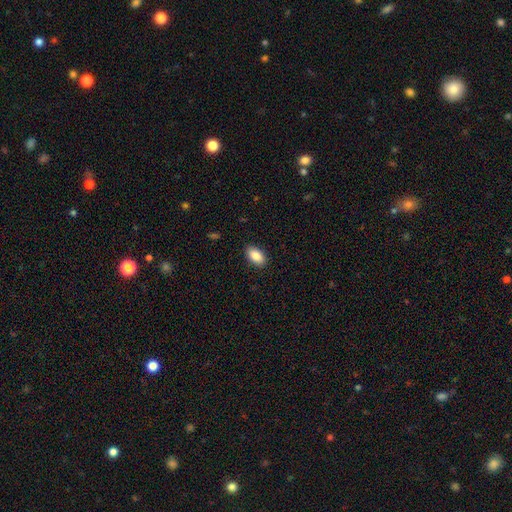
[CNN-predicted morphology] type=smooth (88%); roundness=in between (93%); merging=none (89%).